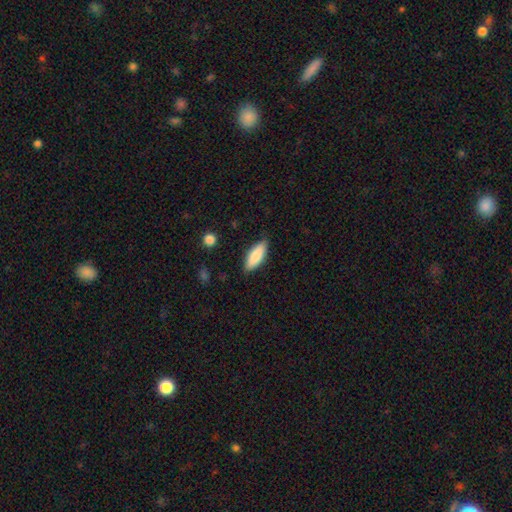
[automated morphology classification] A smooth galaxy with no disk features (83%) that is in between round and cigar-shaped (68%).

Vote fractions:
- Smooth or featured? smooth: 83% / featured or disk: 11% / star or artifact: 6%
- How rounded? in between: 68% / cigar-shaped: 30% / round: 2%
- Merging? none: 84% / minor disturbance: 13% / major disturbance: 2% / merger: 1%